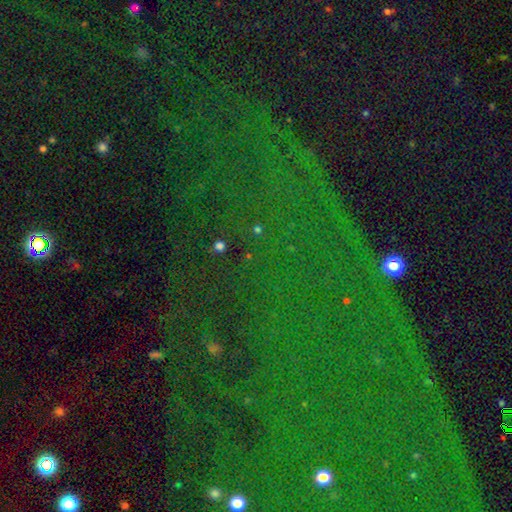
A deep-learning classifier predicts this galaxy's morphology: type=star or artifact (82%).